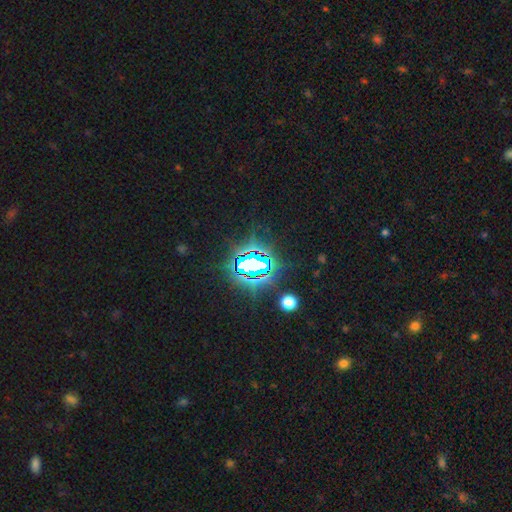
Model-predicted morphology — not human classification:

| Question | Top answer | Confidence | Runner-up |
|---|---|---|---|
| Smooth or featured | star or artifact | 80% | smooth (11%) |